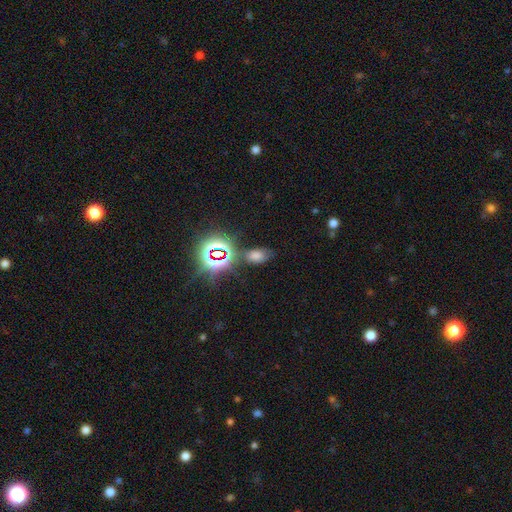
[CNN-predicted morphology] This appears to be a smooth galaxy with no disk features (54%) that is in between round and cigar-shaped (86%). Merging: none (64%).